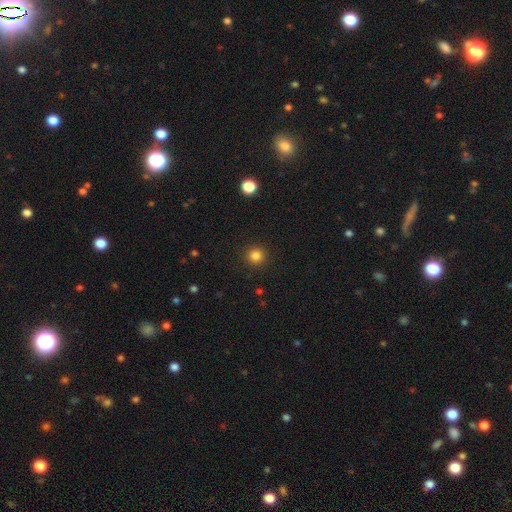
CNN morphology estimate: Smooth or featured: smooth — 83% (star or artifact — 13%)
How rounded: round — 94% (in between — 5%)
Merging: none — 91% (minor disturbance — 5%)